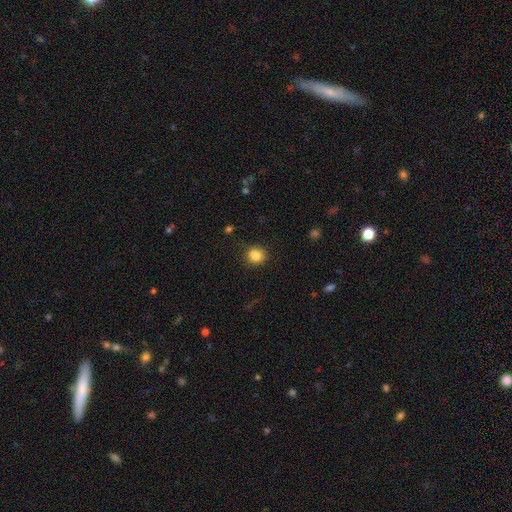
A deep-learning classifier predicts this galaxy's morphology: Smooth or featured?
  - smooth: 84% *
  - star or artifact: 10%
  - featured or disk: 5%
How rounded?
  - round: 80% *
  - in between: 19%
  - cigar-shaped: 1%
Merging?
  - none: 86% *
  - minor disturbance: 10%
  - major disturbance: 3%
  - merger: 1%